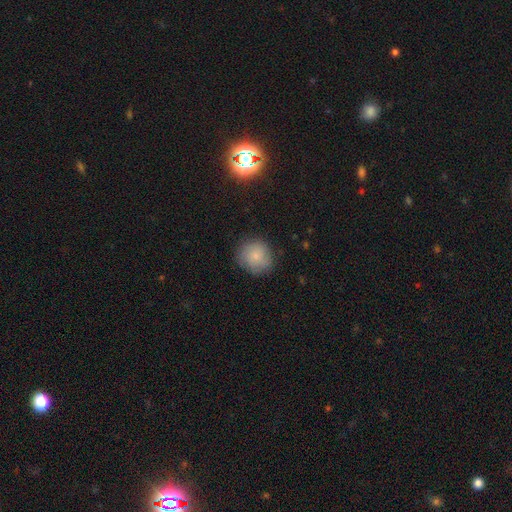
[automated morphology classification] This is clearly a smooth galaxy (80%). How rounded: clearly round (89%). Merging: clearly none (81%).